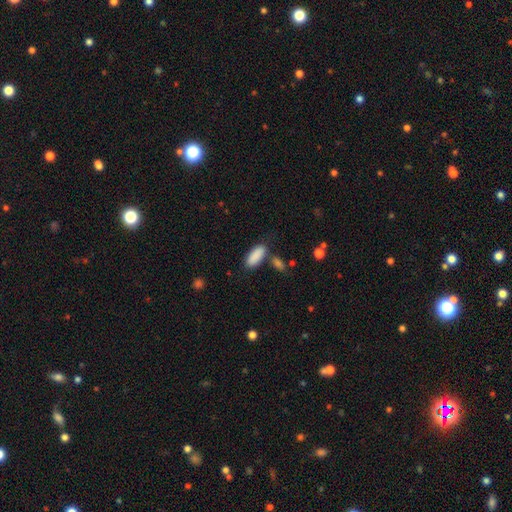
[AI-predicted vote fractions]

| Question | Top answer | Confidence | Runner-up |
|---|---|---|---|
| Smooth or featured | smooth | 90% | star or artifact (6%) |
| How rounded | in between | 80% | cigar-shaped (18%) |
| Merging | none | 73% | minor disturbance (13%) |